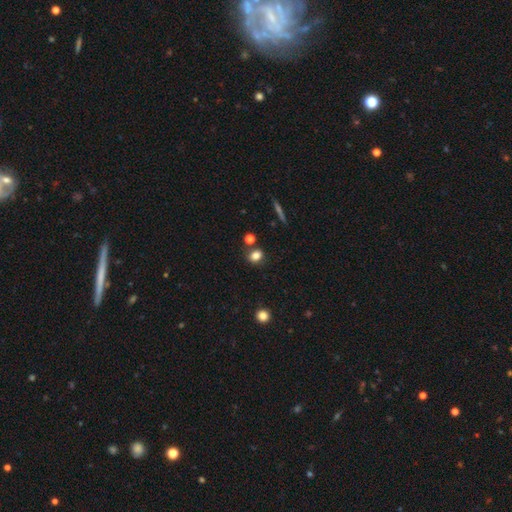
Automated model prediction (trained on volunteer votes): Smooth or featured? Predicted: smooth (p=0.81). How rounded? Predicted: round (p=0.54). Merging? Predicted: none (p=0.78).